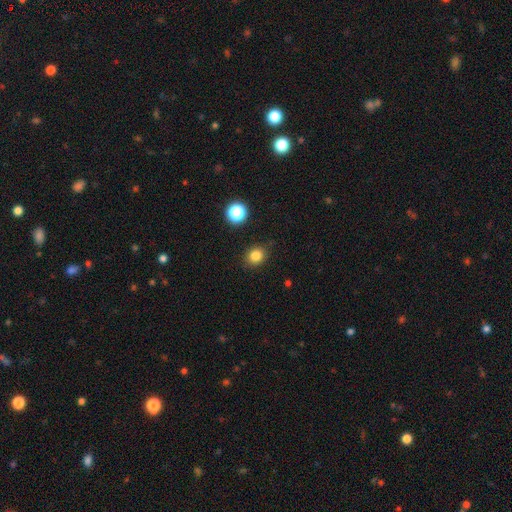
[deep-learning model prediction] Smooth or featured: smooth — 83% (star or artifact — 12%)
How rounded: round — 66% (in between — 33%)
Merging: none — 84% (minor disturbance — 11%)